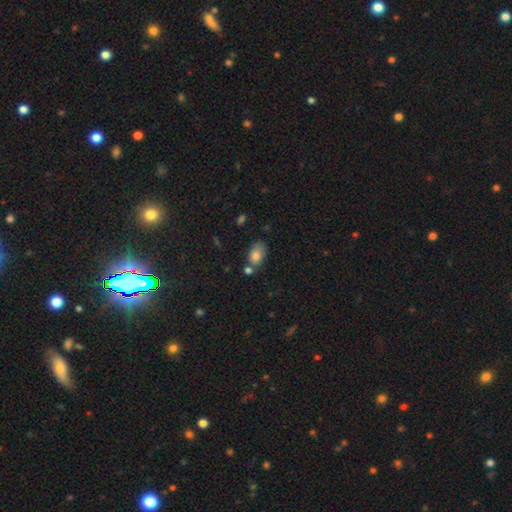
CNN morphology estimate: smooth 81%, featured or disk 10%, star or artifact 9%. Down the decision tree: how rounded — in between (88%); merging — none (54%).